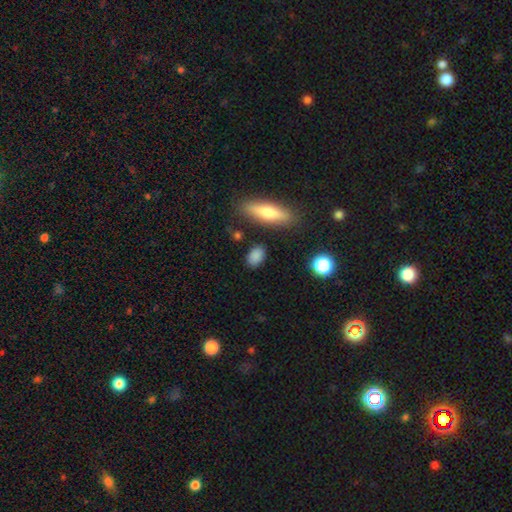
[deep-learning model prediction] Smooth or featured?
  - smooth: 85% *
  - star or artifact: 9%
  - featured or disk: 7%
How rounded?
  - in between: 80% *
  - round: 16%
  - cigar-shaped: 5%
Merging?
  - none: 81% *
  - minor disturbance: 12%
  - major disturbance: 3%
  - merger: 3%